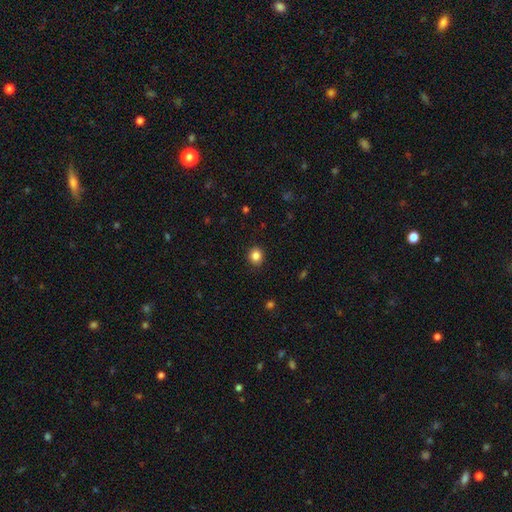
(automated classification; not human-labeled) A smooth galaxy with no disk features (85%) that is round (83%).

Vote fractions:
- Smooth or featured? smooth: 85% / star or artifact: 11% / featured or disk: 4%
- How rounded? round: 83% / in between: 16% / cigar-shaped: 1%
- Merging? none: 91% / minor disturbance: 6% / major disturbance: 2% / merger: 1%